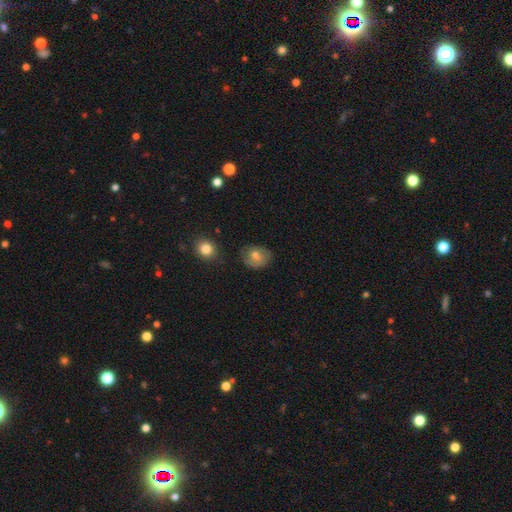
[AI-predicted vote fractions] Smooth or featured?
  - smooth: 67% *
  - featured or disk: 22%
  - star or artifact: 10%
How rounded?
  - round: 57% *
  - in between: 42%
  - cigar-shaped: 1%
Merging?
  - none: 70% *
  - minor disturbance: 22%
  - major disturbance: 6%
  - merger: 2%